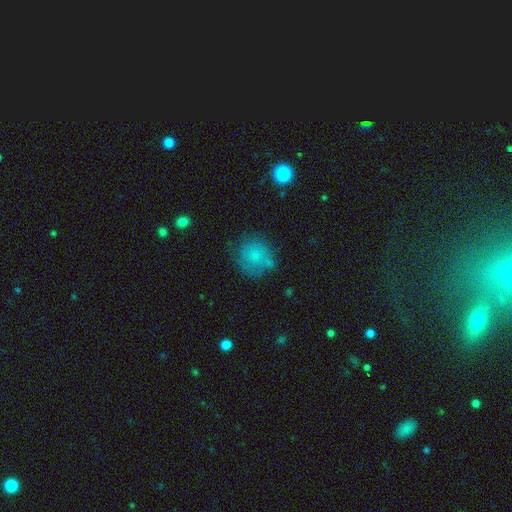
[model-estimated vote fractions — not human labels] This appears to be a smooth galaxy with no disk features (73%) that is round (87%). Merging: none (66%).